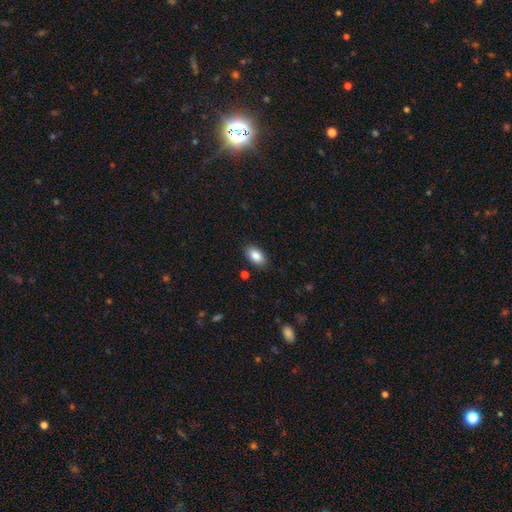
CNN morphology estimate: Overall: smooth (88%). How rounded: in between (93%). Merging: none (86%).